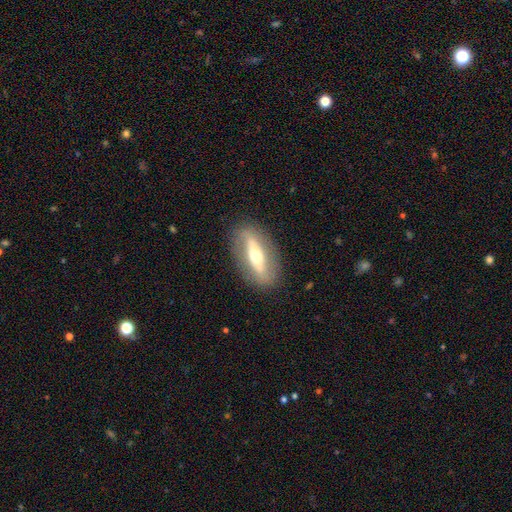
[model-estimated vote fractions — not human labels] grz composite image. It shows a featured or disk galaxy (60%). Merging: none (85%).